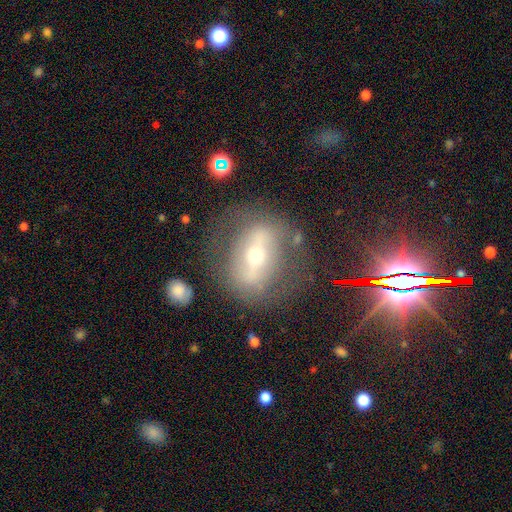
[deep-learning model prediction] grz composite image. It shows a featured or disk galaxy (63%) with a strong bar (64%), no spiral arms (72%) and a moderate central bulge (49%). Merging: none (71%).